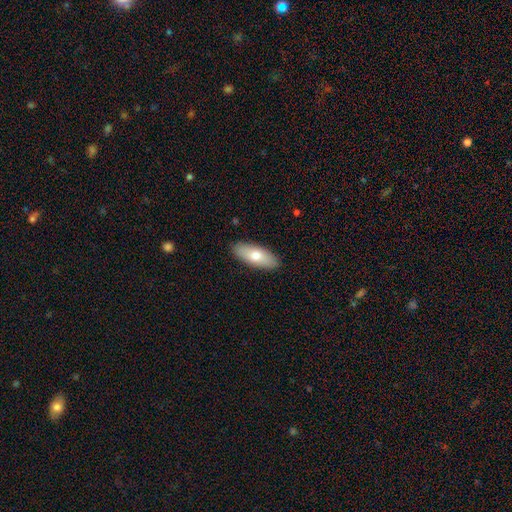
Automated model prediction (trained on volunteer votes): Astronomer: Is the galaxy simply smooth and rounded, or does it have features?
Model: smooth — 72%.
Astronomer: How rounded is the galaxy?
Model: in between — 77%.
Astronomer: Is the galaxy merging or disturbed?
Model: none — 89%.